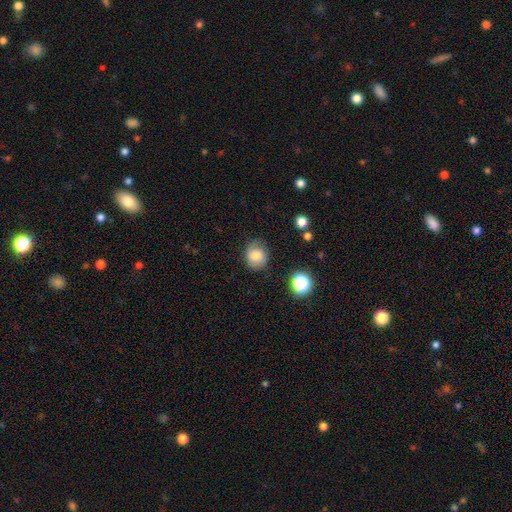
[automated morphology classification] type=smooth (73%); roundness=round (72%); merging=none (72%).